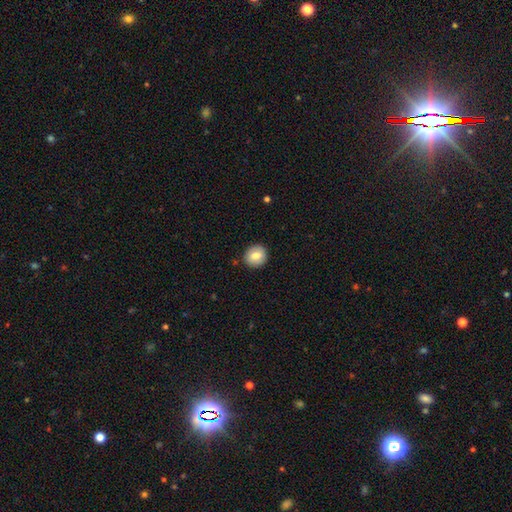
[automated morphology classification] Smooth or featured: smooth — 80% (featured or disk — 12%)
How rounded: round — 84% (in between — 15%)
Merging: none — 89% (minor disturbance — 8%)